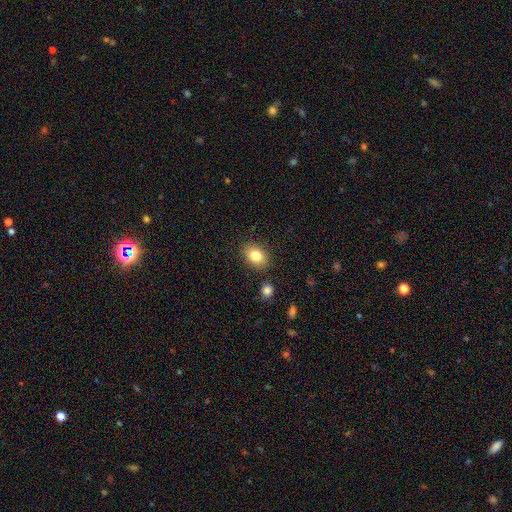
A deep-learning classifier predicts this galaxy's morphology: type=smooth (81%); roundness=in between (76%); merging=none (85%).